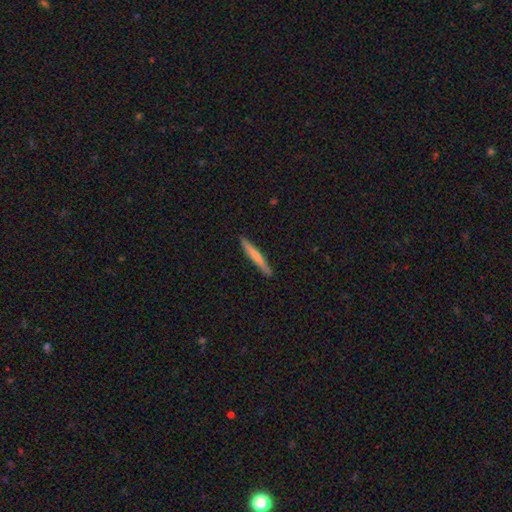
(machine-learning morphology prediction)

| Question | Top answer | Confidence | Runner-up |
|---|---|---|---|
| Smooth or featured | smooth | 60% | featured or disk (35%) |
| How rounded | cigar-shaped | 96% | in between (3%) |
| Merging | none | 91% | minor disturbance (7%) |